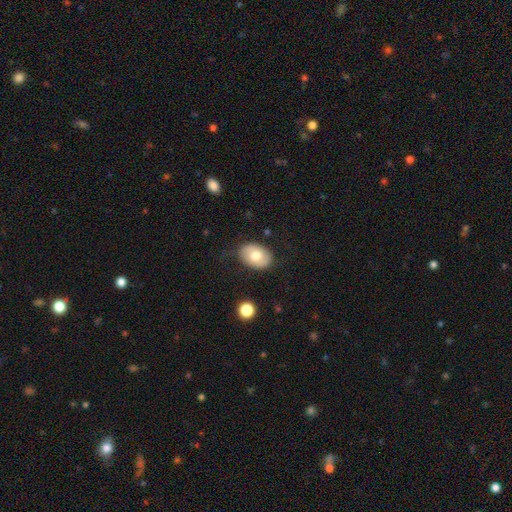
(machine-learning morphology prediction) Smooth or featured: smooth — 71% (featured or disk — 22%)
How rounded: in between — 80% (round — 19%)
Merging: none — 79% (minor disturbance — 15%)